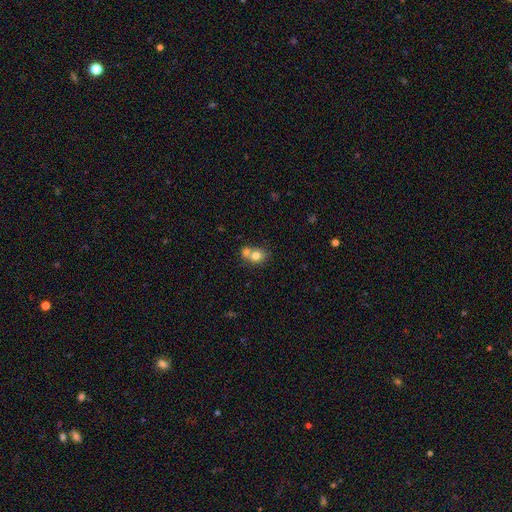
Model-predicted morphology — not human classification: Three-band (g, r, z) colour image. It shows a smooth galaxy with no disk features (75%) that is round (68%). Merging: merger (58%).